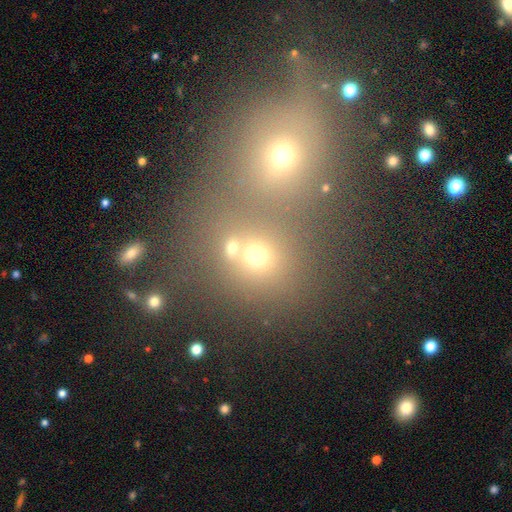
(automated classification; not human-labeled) Smooth or featured? smooth (66%)
How rounded? round (77%)
Merging? none (46%)